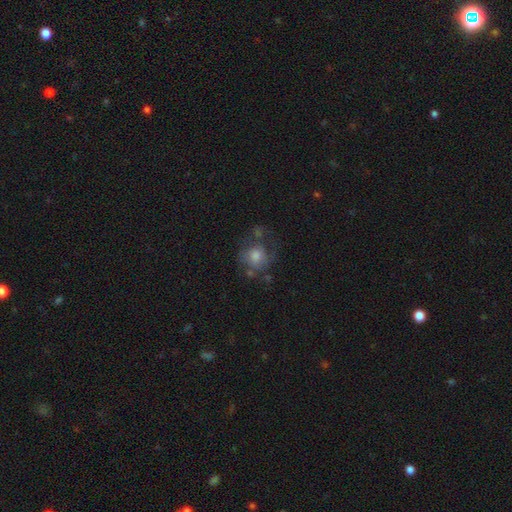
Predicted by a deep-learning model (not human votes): Smooth or featured? Predicted: smooth (p=0.50). How rounded? Predicted: round (p=0.79). Merging? Predicted: none (p=0.48).